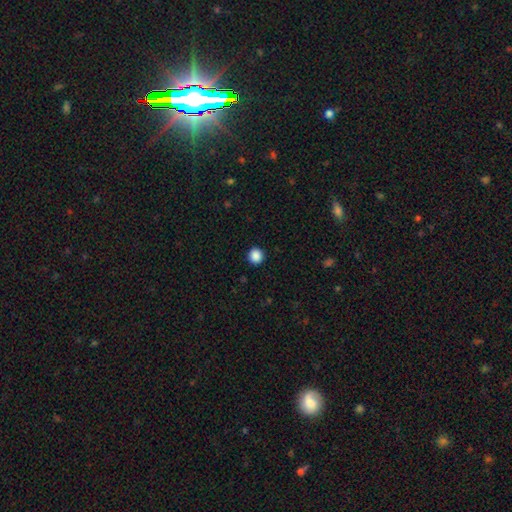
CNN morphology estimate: smooth 88%, star or artifact 10%, featured or disk 2%. Down the decision tree: how rounded — round (93%); merging — none (93%).